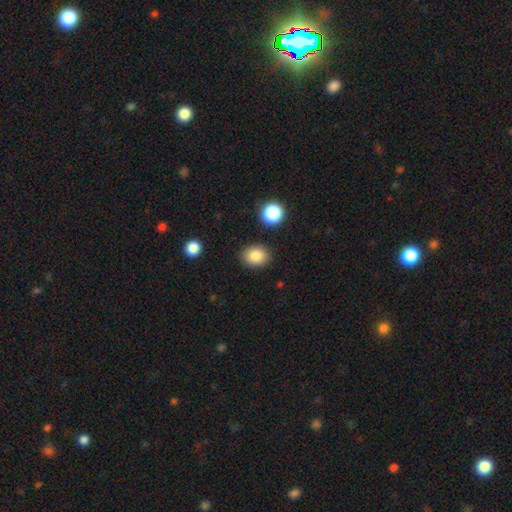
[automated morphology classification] Smooth or featured? Predicted: smooth (p=0.85). How rounded? Predicted: in between (p=0.53). Merging? Predicted: none (p=0.87).